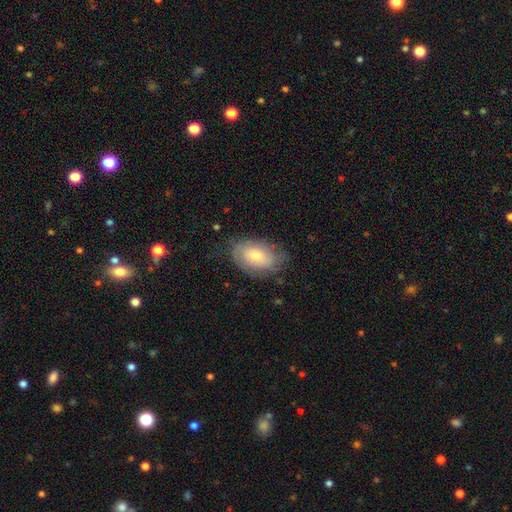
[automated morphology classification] smooth-or-featured: smooth: 54% | featured or disk: 39% | star or artifact: 8%
  how-rounded: in between: 89% | round: 9% | cigar-shaped: 2%
  merging: none: 70% | minor disturbance: 22% | major disturbance: 7% | merger: 1%